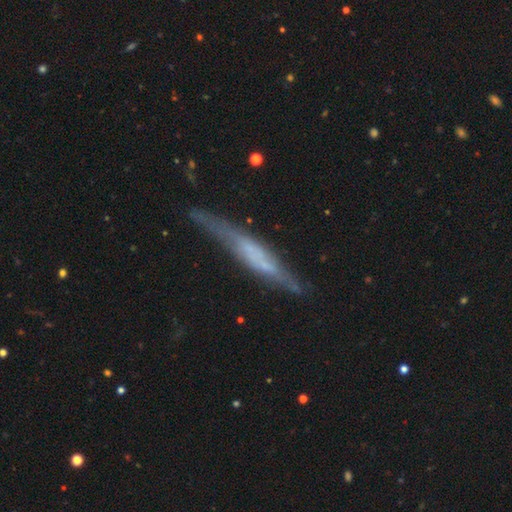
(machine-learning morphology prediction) Q: Smooth or featured?
A: featured or disk (66%); runner-up: smooth (27%)
Q: Edge-on disk?
A: yes (88%); runner-up: no (12%)
Q: Edge-on bulge?
A: none (50%); runner-up: boxy (30%)
Q: Merging?
A: none (69%); runner-up: minor disturbance (22%)